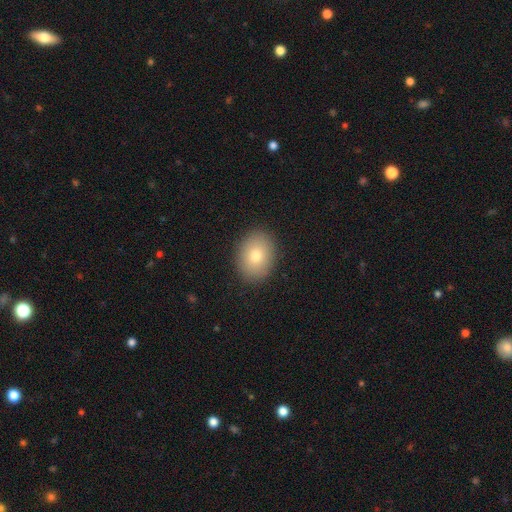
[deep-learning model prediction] Smooth or featured?
  - smooth: 79% *
  - featured or disk: 12%
  - star or artifact: 9%
How rounded?
  - in between: 62% *
  - round: 37%
  - cigar-shaped: 1%
Merging?
  - none: 90% *
  - minor disturbance: 7%
  - major disturbance: 2%
  - merger: 1%